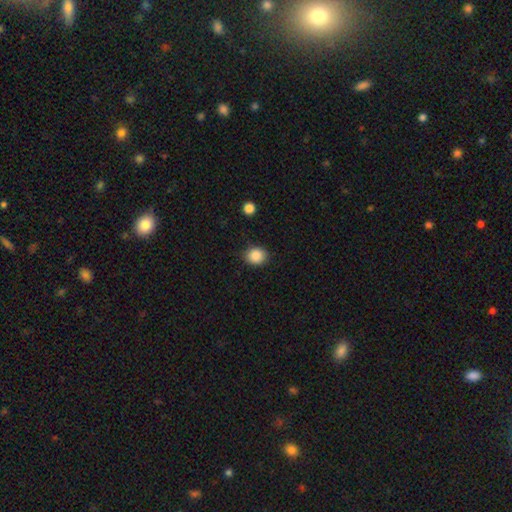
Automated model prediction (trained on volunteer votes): Overall: smooth (87%). How rounded: round (66%; in between 33%). Merging: none (84%).